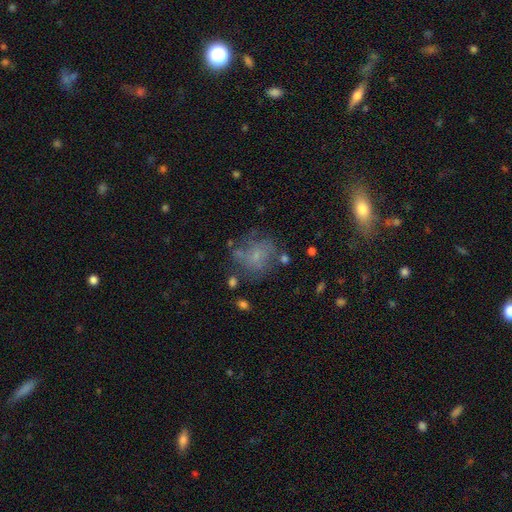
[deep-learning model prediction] This appears to be a smooth galaxy with no disk features (43%). Merging: none (56%).